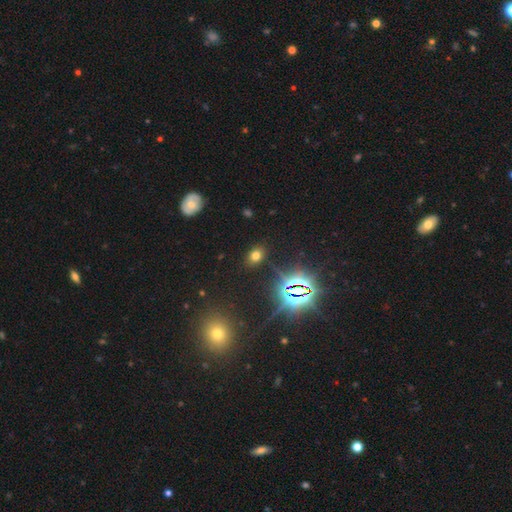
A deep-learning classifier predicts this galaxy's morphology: smooth-or-featured: smooth: 60% | star or artifact: 32% | featured or disk: 8%
  how-rounded: in between: 68% | round: 30% | cigar-shaped: 2%
  merging: none: 85% | minor disturbance: 10% | major disturbance: 3% | merger: 2%